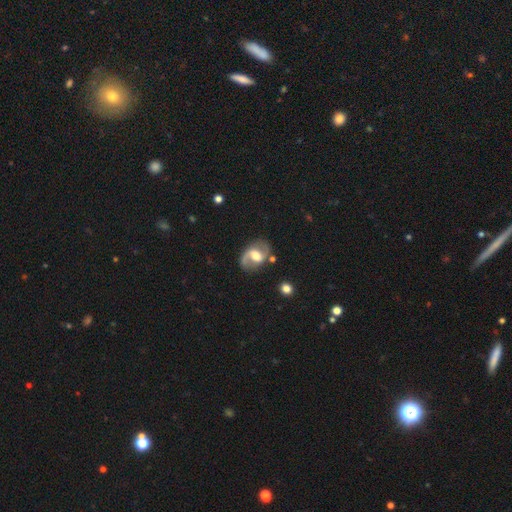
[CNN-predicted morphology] A featured or disk galaxy (80%) with a weak bar (51%), 2 (85%) medium (45%) spiral arms (92%) and a moderate central bulge (61%).

Vote fractions:
- Smooth or featured? featured or disk: 80% / smooth: 15% / star or artifact: 6%
- Edge-on disk? no: 97% / yes: 3%
- Bar? weak: 51% / no: 28% / strong: 21%
- Spiral arms? yes: 92% / no: 8%
- Spiral winding? medium: 45% / loose: 42% / tight: 12%
- Spiral arm count? 2: 85% / 1: 9% / can't tell: 4% / 3: 1% / 4: 1% / more than 4: 1%
- Bulge size? moderate: 61% / large: 22% / small: 13% / none: 2% / dominant: 2%
- Merging? none: 71% / minor disturbance: 17% / major disturbance: 8% / merger: 4%